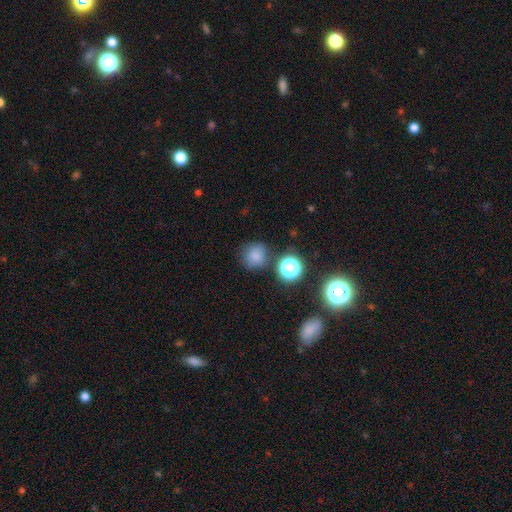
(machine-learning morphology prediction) This appears to be a smooth galaxy with no disk features (77%) that is round (86%). Merging: none (76%).